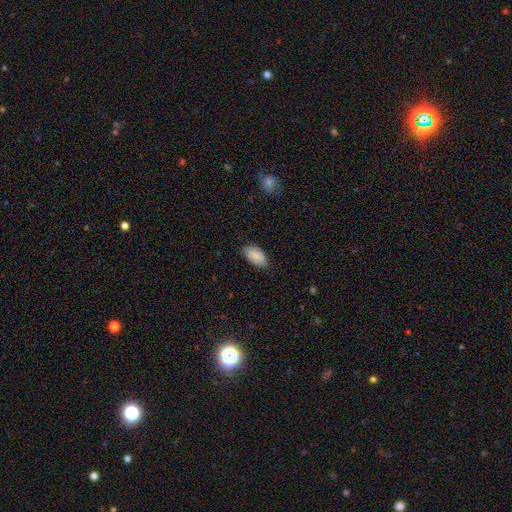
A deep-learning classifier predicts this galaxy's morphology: Smooth or featured? smooth (81%)
How rounded? in between (95%)
Merging? none (75%)